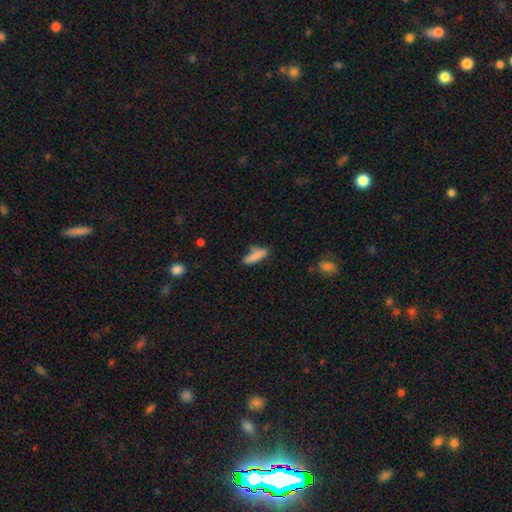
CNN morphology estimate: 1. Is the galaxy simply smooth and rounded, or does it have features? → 81% smooth, 12% featured or disk, 8% star or artifact.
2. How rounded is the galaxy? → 65% cigar-shaped, 34% in between, 2% round.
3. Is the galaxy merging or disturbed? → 57% none, 27% minor disturbance, 8% major disturbance, 8% merger.